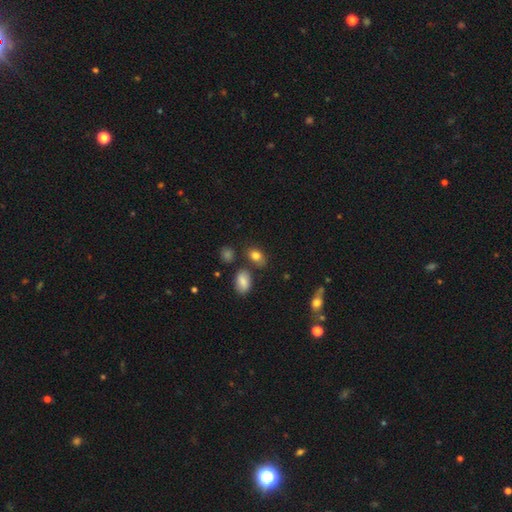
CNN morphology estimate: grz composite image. It shows a smooth galaxy with no disk features (82%) that is in between round and cigar-shaped (80%). Merging: none (69%).